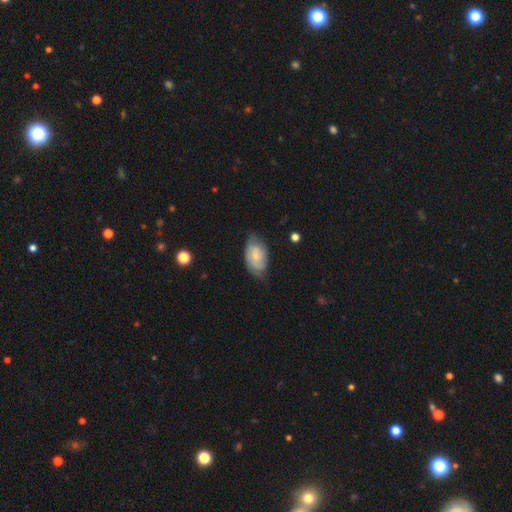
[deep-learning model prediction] This appears to be a smooth galaxy with no disk features (52%) that is in between round and cigar-shaped (92%). Merging: none (56%).